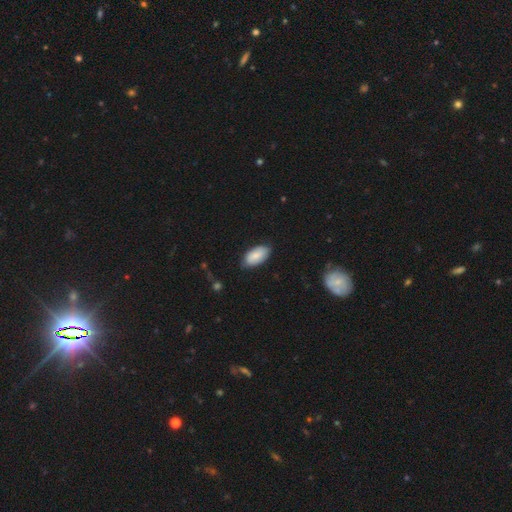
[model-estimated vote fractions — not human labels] Overall: smooth (84%). How rounded: in between (95%). Merging: none (77%).